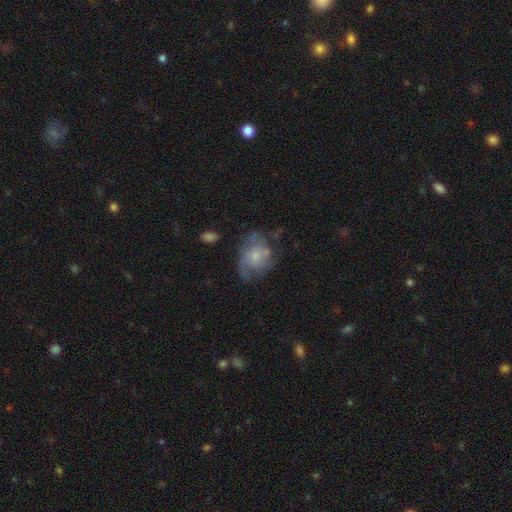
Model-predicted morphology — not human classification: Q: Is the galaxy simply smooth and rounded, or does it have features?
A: smooth — 47%.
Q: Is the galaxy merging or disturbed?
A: none — 42%.